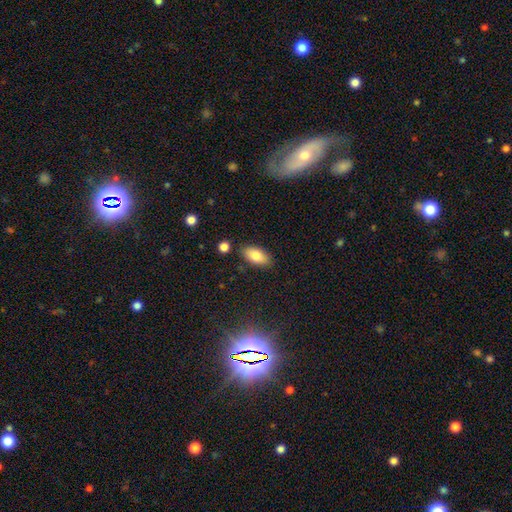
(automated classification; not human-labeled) smooth 82%, featured or disk 11%, star or artifact 7%. Down the decision tree: how rounded — in between (91%); merging — none (84%).